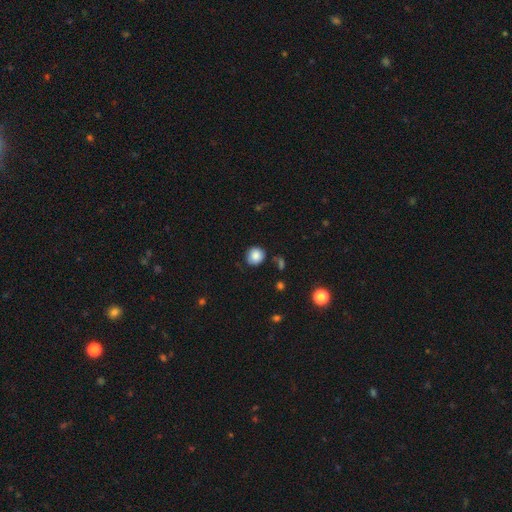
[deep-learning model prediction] Smooth or featured? Predicted: smooth (p=0.85). How rounded? Predicted: round (p=0.89). Merging? Predicted: none (p=0.79).